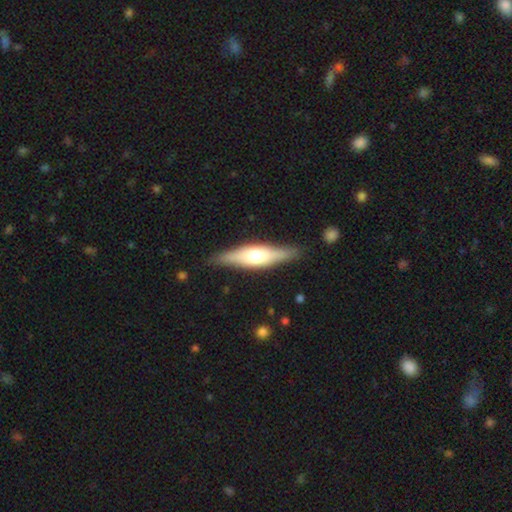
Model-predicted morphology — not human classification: featured or disk 57%, smooth 38%, star or artifact 5%. Down the decision tree: edge-on disk — yes (93%); edge-on bulge — rounded (85%); merging — none (86%).